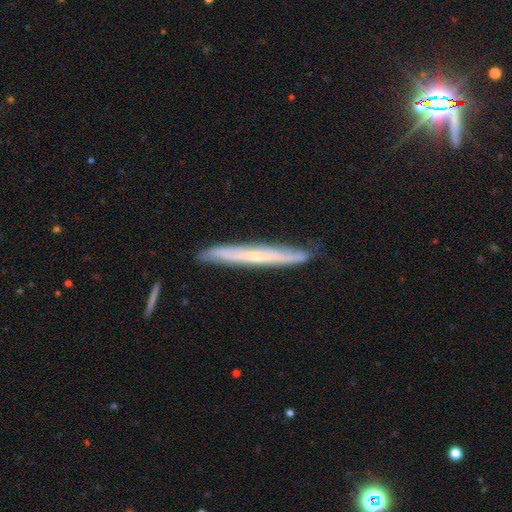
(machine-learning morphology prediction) Smooth or featured: featured or disk — 63% (smooth — 31%)
Edge-on disk: yes — 90% (no — 10%)
Edge-on bulge: none — 51% (rounded — 46%)
Merging: none — 82% (minor disturbance — 14%)